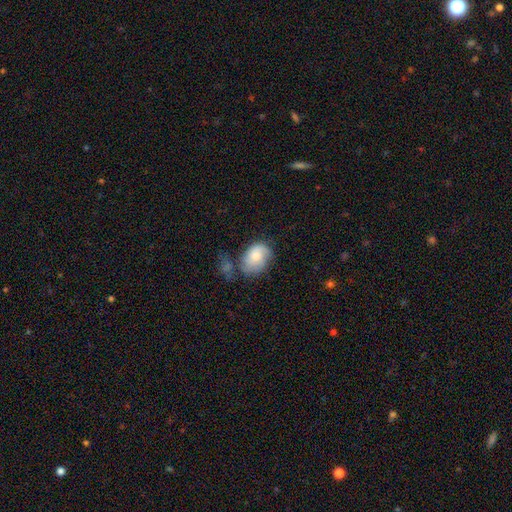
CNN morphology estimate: A smooth galaxy with no disk features (64%) that is in between round and cigar-shaped (70%).

Vote fractions:
- Smooth or featured? smooth: 64% / featured or disk: 28% / star or artifact: 7%
- How rounded? in between: 70% / round: 29% / cigar-shaped: 1%
- Merging? none: 39% / minor disturbance: 29% / major disturbance: 17% / merger: 15%